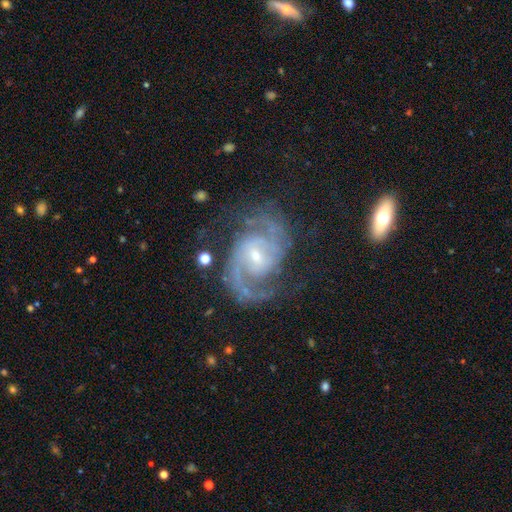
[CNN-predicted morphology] Smooth or featured? Predicted: featured or disk (p=0.92). Edge-on disk? Predicted: no (p=0.98). Bar? Predicted: no (p=0.46). Spiral arms? Predicted: yes (p=0.98). Spiral winding? Predicted: medium (p=0.56). Spiral arm count? Predicted: 2 (p=0.85). Bulge size? Predicted: small (p=0.63). Merging? Predicted: none (p=0.71).